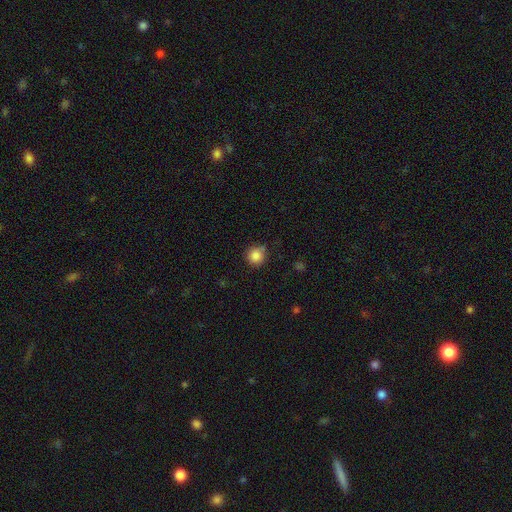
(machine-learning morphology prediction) type=smooth (85%); roundness=round (93%); merging=none (77%).